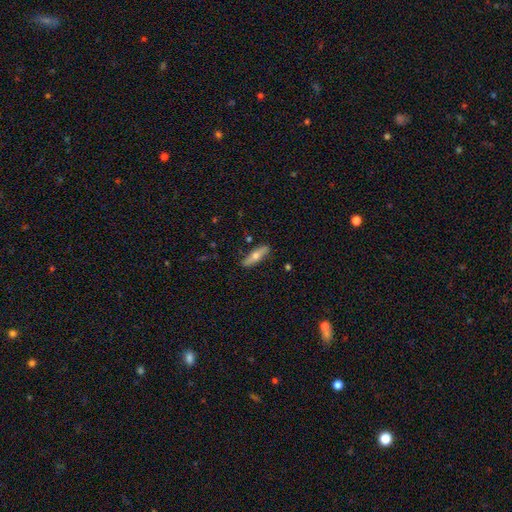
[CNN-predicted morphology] type=smooth (55%); roundness=cigar-shaped (65%); merging=none (86%).